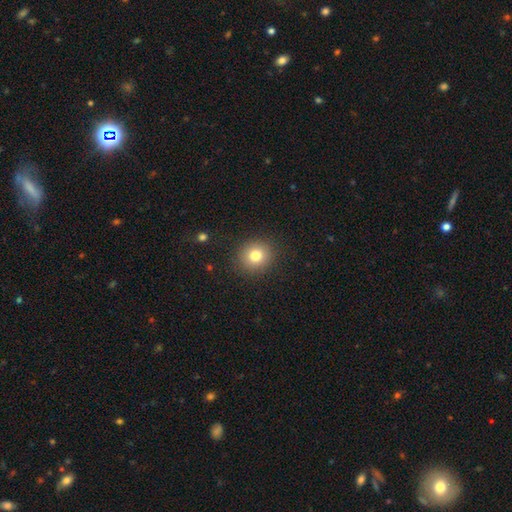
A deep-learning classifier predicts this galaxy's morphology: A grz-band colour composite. It shows a smooth galaxy with no disk features (79%) that is round (86%). Merging: none (89%).